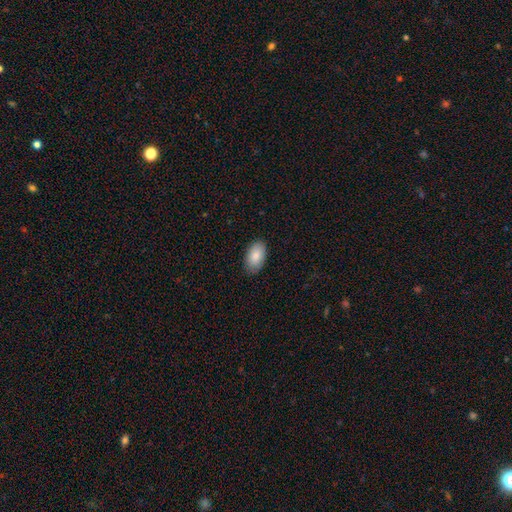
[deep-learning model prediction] smooth_or_featured: smooth (p=0.86) [alt: featured or disk p=0.08]
how_rounded: in between (p=0.95) [alt: round p=0.04]
merging: none (p=0.85) [alt: minor disturbance p=0.12]